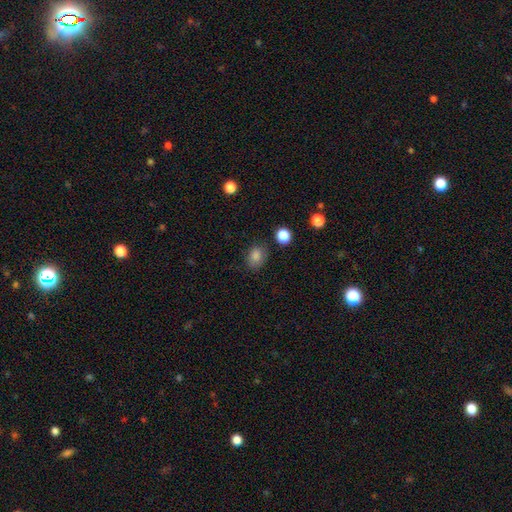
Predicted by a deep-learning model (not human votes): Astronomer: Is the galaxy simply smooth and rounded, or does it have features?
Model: smooth — 83%.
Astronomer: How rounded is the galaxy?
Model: in between — 54% (runner-up: round, 45%).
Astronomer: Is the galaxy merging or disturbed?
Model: none — 81%.